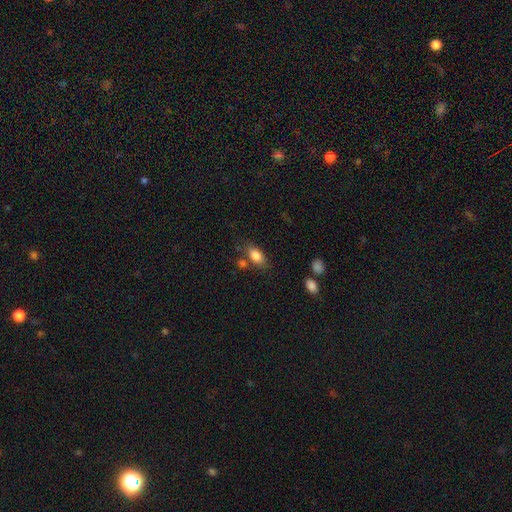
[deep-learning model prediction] The model was most divided on "merging": none: 71%, minor disturbance: 15%, merger: 10%, major disturbance: 4%. More confident: how rounded — in between (88%); smooth or featured — smooth (83%).